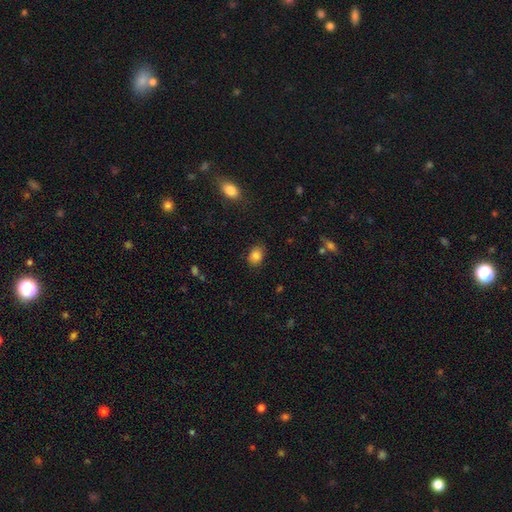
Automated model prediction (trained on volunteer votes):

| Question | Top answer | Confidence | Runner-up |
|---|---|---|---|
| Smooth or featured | smooth | 84% | star or artifact (10%) |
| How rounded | in between | 64% | round (35%) |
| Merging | none | 83% | minor disturbance (13%) |